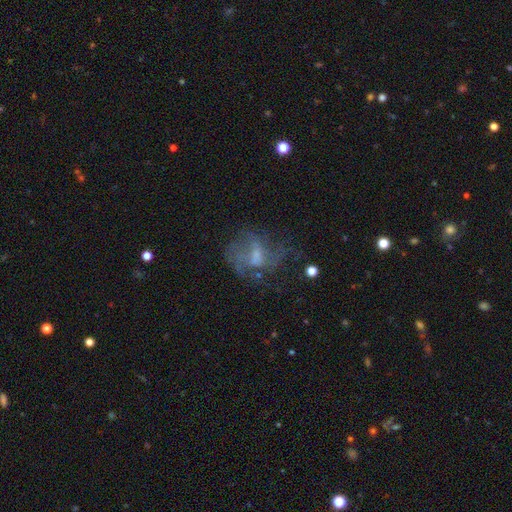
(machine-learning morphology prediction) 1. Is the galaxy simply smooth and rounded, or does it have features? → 61% featured or disk, 25% smooth, 14% star or artifact.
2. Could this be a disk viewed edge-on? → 97% no, 3% yes.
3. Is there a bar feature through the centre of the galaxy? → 52% no, 40% weak, 8% strong.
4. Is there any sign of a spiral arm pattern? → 50% yes (tied), 50% no (tied).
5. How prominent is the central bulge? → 42% small, 28% moderate, 25% none, 3% large, 1% dominant.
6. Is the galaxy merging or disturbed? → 42% none, 35% major disturbance, 18% minor disturbance, 4% merger.